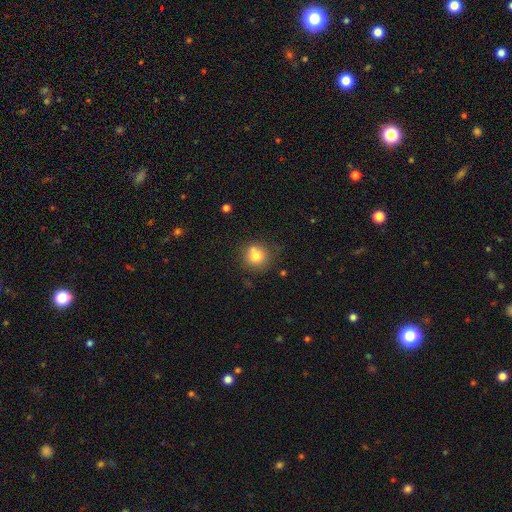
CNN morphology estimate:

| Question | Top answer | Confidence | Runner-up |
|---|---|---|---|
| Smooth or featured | smooth | 78% | star or artifact (11%) |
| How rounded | round | 88% | in between (11%) |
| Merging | none | 65% | minor disturbance (17%) |